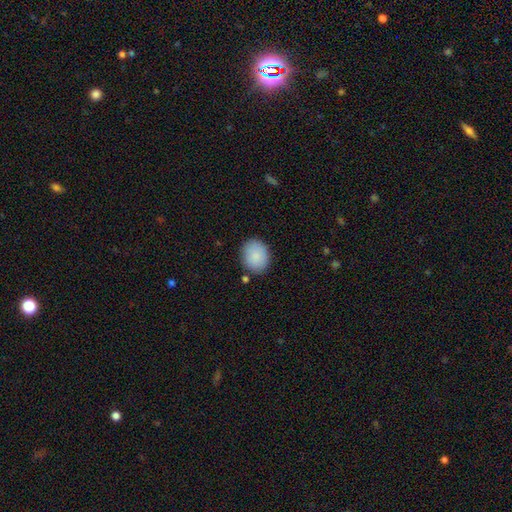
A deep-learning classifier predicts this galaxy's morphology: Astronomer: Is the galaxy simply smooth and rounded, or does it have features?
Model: smooth — 87%.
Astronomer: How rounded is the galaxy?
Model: in between — 50% (runner-up: round, 49%).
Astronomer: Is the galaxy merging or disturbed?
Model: none — 81%.